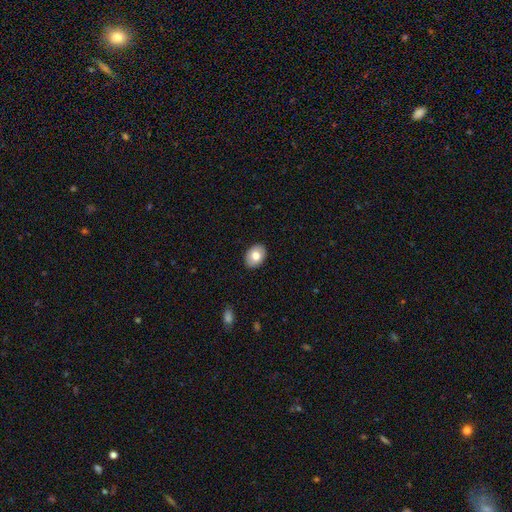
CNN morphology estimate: smooth_or_featured: smooth (p=0.78) [alt: featured or disk p=0.15]
how_rounded: in between (p=0.76) [alt: round p=0.23]
merging: none (p=0.89) [alt: minor disturbance p=0.08]